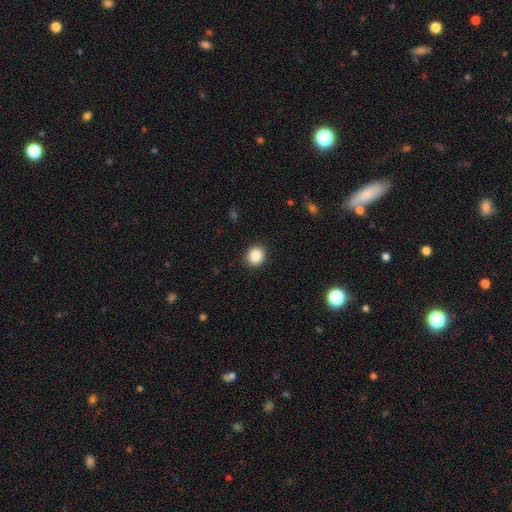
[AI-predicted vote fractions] smooth-or-featured: smooth: 88% | star or artifact: 9% | featured or disk: 3%
  how-rounded: round: 85% | in between: 14% | cigar-shaped: 1%
  merging: none: 90% | minor disturbance: 7% | major disturbance: 2% | merger: 1%